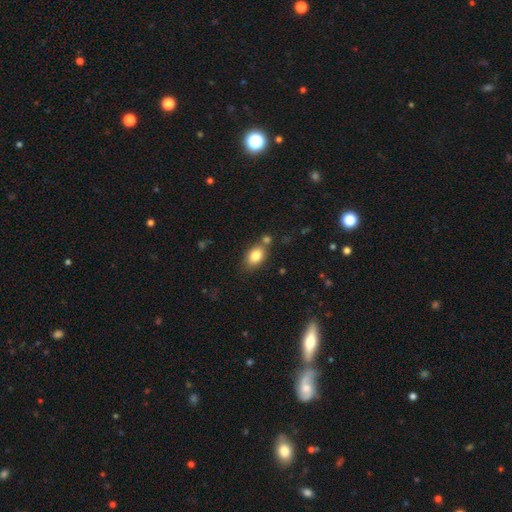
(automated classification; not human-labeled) Smooth or featured?
  - smooth: 82% *
  - featured or disk: 9%
  - star or artifact: 8%
How rounded?
  - in between: 83% *
  - round: 15%
  - cigar-shaped: 2%
Merging?
  - none: 67% *
  - merger: 15%
  - minor disturbance: 14%
  - major disturbance: 4%